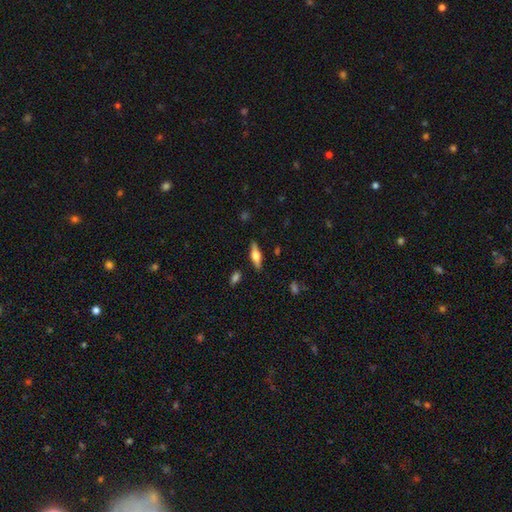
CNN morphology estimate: This appears to be a featured or disk galaxy (55%) viewed edge-on (95%) with a rounded central bulge (89%). Merging: none (87%).